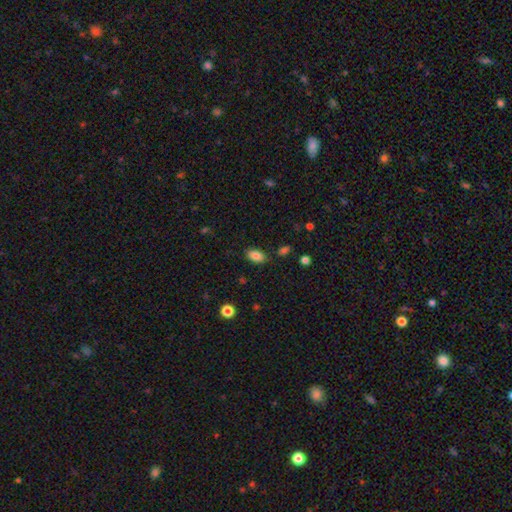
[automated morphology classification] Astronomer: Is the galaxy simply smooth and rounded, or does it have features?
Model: smooth — 85%.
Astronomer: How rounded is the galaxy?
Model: in between — 91%.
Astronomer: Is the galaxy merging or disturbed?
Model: none — 82%.